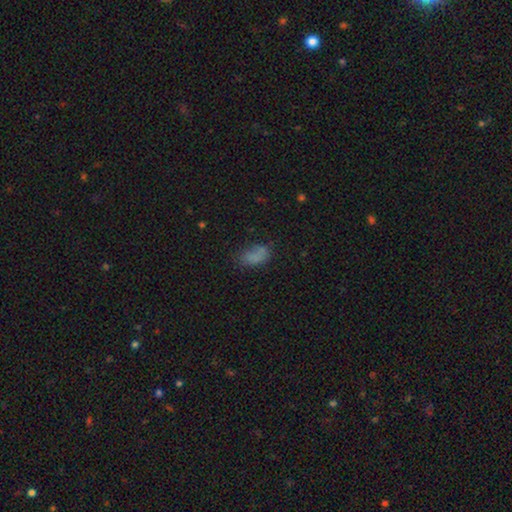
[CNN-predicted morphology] type=smooth (76%); roundness=in between (91%); merging=none (54%).